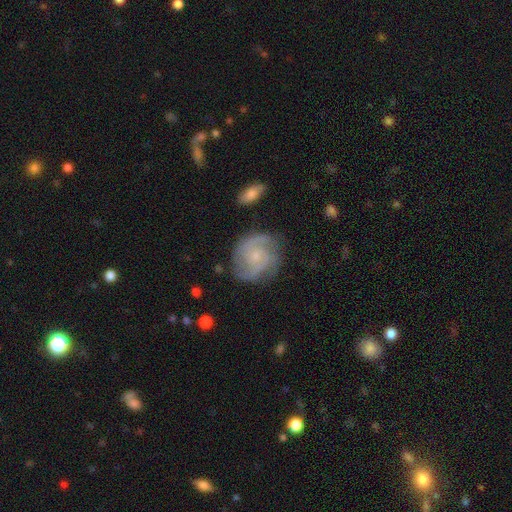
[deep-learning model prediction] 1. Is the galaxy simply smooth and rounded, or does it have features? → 79% featured or disk, 15% smooth, 6% star or artifact.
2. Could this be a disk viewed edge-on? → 98% no, 2% yes.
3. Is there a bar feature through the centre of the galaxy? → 71% no, 26% weak, 3% strong.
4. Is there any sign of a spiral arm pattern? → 95% yes, 5% no.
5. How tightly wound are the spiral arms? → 45% tight, 43% medium, 12% loose.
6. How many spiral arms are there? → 44% 2, 26% 3, 16% can't tell, 5% 4, 4% 1, 4% more than 4.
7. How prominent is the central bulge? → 71% small, 22% moderate, 5% none, 1% large, 1% dominant.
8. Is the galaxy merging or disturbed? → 76% none, 17% minor disturbance, 6% major disturbance, 2% merger.